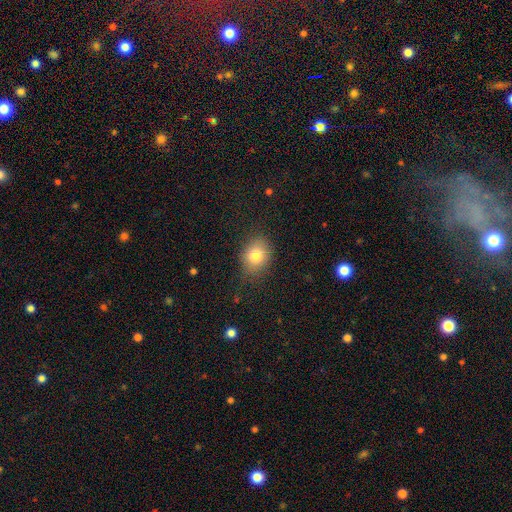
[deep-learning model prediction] The model was most divided on "how rounded": round: 54%, in between: 45%, cigar-shaped: 1%. More confident: smooth or featured — smooth (80%); merging — none (78%).